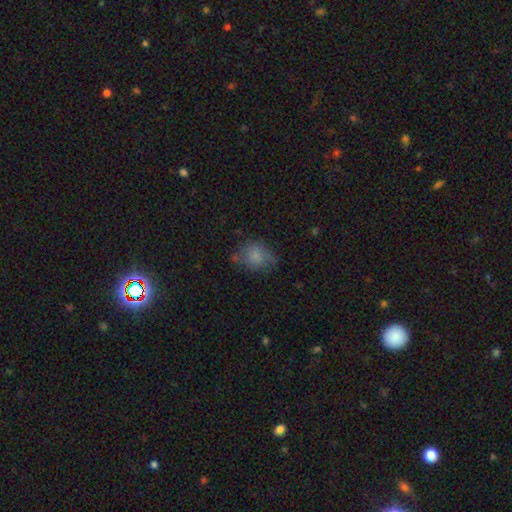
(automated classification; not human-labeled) smooth-or-featured: smooth: 78% | featured or disk: 12% | star or artifact: 10%
  how-rounded: round: 55% | in between: 44% | cigar-shaped: 1%
  merging: none: 59% | minor disturbance: 27% | major disturbance: 10% | merger: 3%